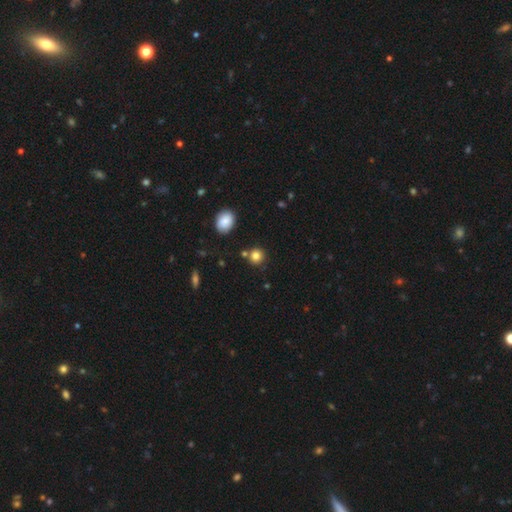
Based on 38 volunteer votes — smooth-or-featured: smooth: 84% | featured or disk: 8% | star or artifact: 8%
  how-rounded: round: 91% | in between: 9% | cigar-shaped: 0%
  merging: none: 86% | merger: 11% | minor disturbance: 3% | major disturbance: 0%